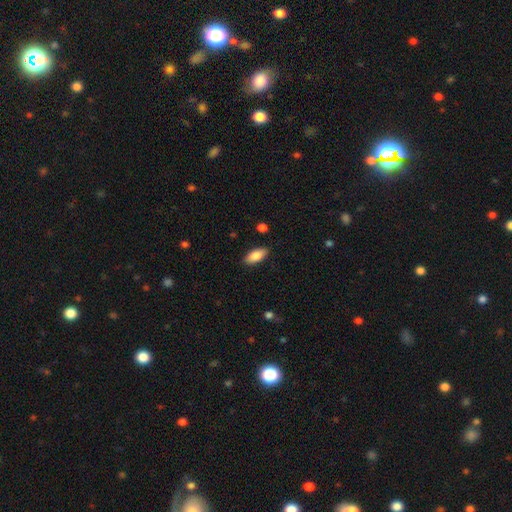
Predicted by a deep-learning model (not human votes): Smooth or featured?
  - smooth: 84% *
  - featured or disk: 9%
  - star or artifact: 6%
How rounded?
  - in between: 87% *
  - cigar-shaped: 11%
  - round: 2%
Merging?
  - none: 87% *
  - minor disturbance: 9%
  - major disturbance: 2%
  - merger: 1%